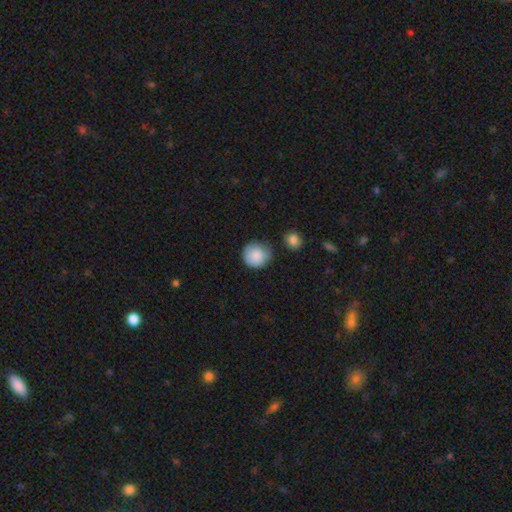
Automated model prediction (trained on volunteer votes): smooth 87%, star or artifact 8%, featured or disk 6%. Down the decision tree: how rounded — round (92%); merging — none (75%).